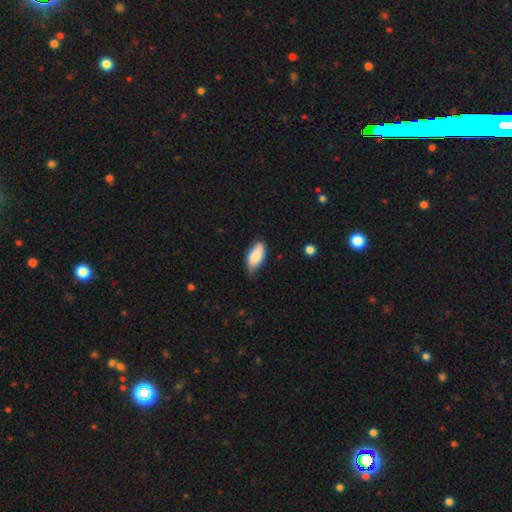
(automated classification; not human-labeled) smooth 85%, featured or disk 9%, star or artifact 6%. Down the decision tree: how rounded — in between (92%); merging — none (66%).